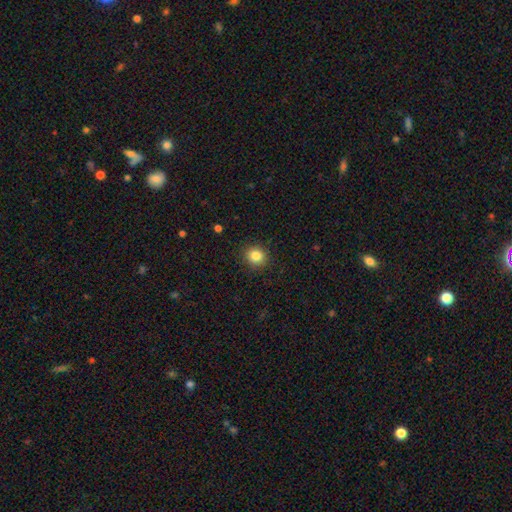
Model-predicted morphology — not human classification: Smooth or featured? smooth (84%)
How rounded? round (88%)
Merging? none (91%)